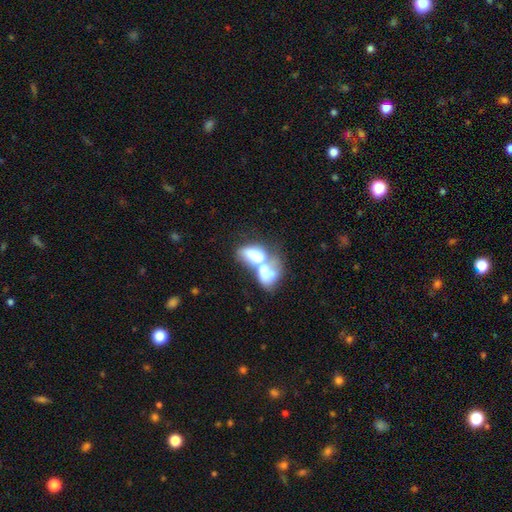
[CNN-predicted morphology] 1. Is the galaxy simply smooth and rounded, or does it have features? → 58% smooth, 33% featured or disk, 9% star or artifact.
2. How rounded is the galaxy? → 85% in between, 11% round, 5% cigar-shaped.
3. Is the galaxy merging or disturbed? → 76% merger, 10% major disturbance, 9% none, 5% minor disturbance.